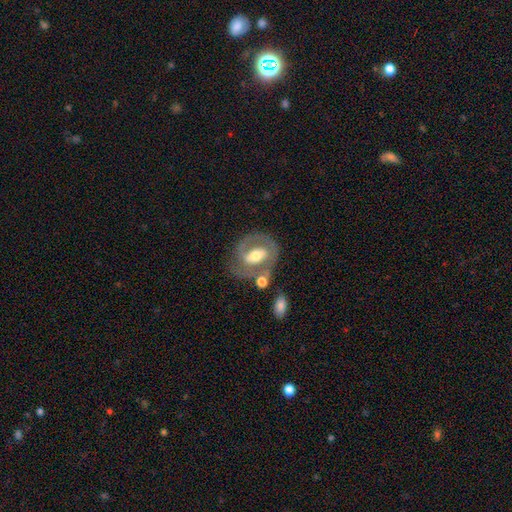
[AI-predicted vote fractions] smooth_or_featured: featured or disk (p=0.71) [alt: smooth p=0.24]
disk_edge_on: no (p=0.95) [alt: yes p=0.05]
bar: weak (p=0.37) [alt: strong p=0.35]
has_spiral_arms: yes (p=0.63) [alt: no p=0.37]
bulge_size: moderate (p=0.64) [alt: large p=0.17]
merging: none (p=0.58) [alt: minor disturbance p=0.18]